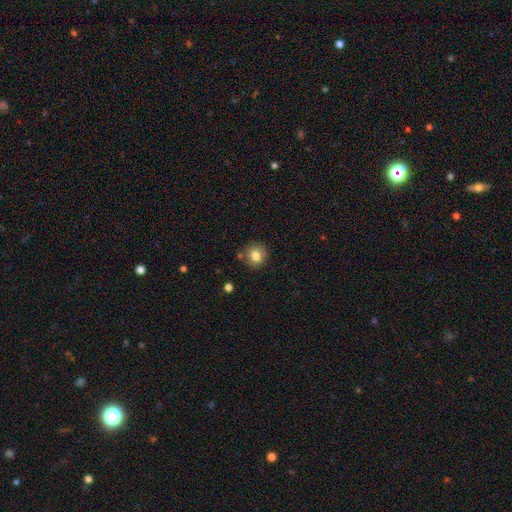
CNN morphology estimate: Smooth or featured? smooth (80%)
How rounded? round (87%)
Merging? none (81%)